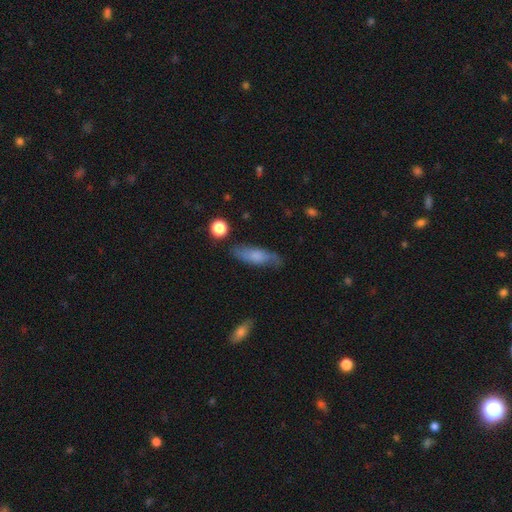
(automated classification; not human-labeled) The model was most divided on "how rounded": in between: 54%, cigar-shaped: 43%, round: 3%. More confident: merging — none (72%); smooth or featured — smooth (64%).